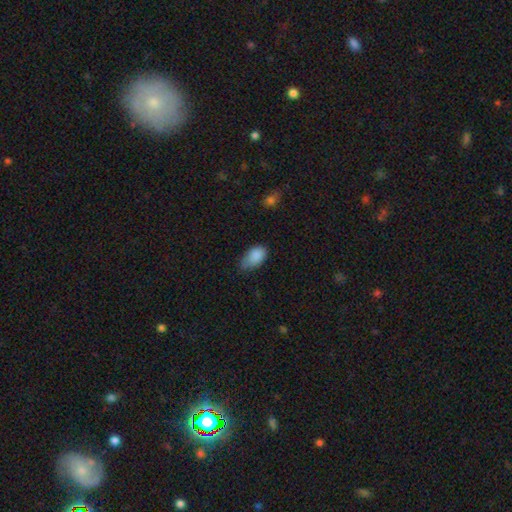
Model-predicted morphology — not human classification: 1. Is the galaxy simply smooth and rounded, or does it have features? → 87% smooth, 8% star or artifact, 6% featured or disk.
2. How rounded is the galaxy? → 92% in between, 6% round, 2% cigar-shaped.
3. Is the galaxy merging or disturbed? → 49% none, 41% minor disturbance, 8% major disturbance, 2% merger.